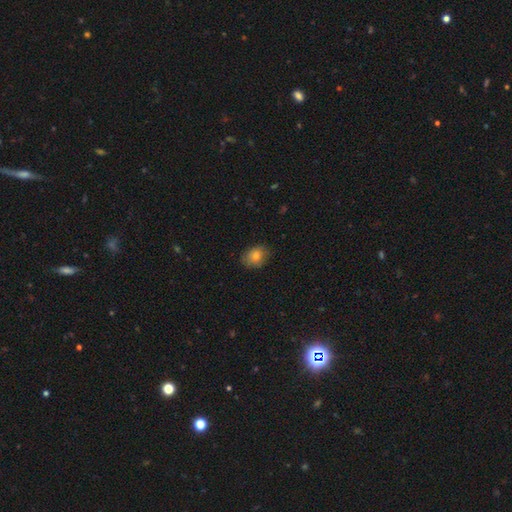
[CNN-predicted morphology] The model was most divided on "how rounded": in between: 61%, round: 38%, cigar-shaped: 1%. More confident: merging — none (80%); smooth or featured — smooth (80%).